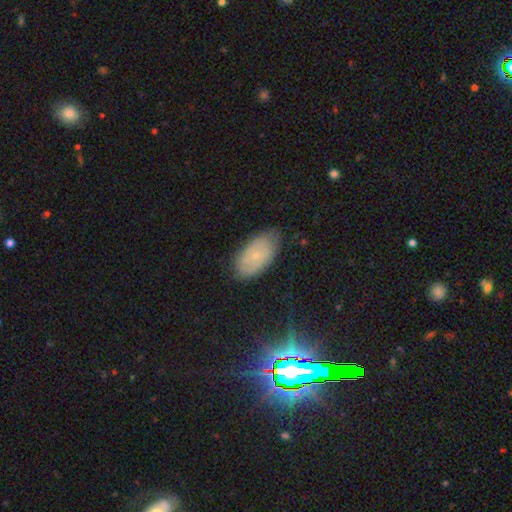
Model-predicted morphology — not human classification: Q: Smooth or featured?
A: featured or disk (44%); runner-up: smooth (43%)
Q: Merging?
A: none (74%); runner-up: minor disturbance (20%)